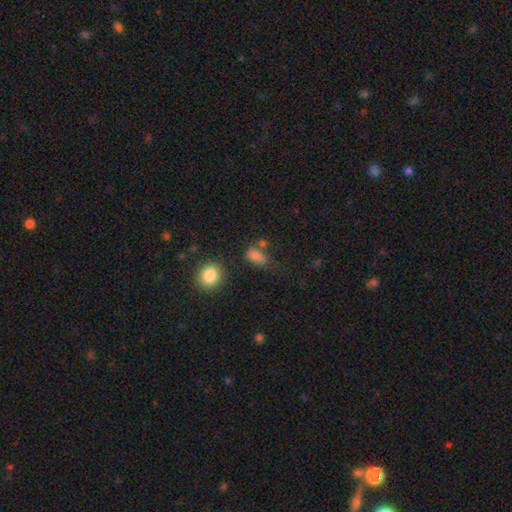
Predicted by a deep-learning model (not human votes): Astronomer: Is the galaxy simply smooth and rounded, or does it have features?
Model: smooth — 80%.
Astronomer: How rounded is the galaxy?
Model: in between — 81%.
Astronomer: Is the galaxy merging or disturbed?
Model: none — 55%.